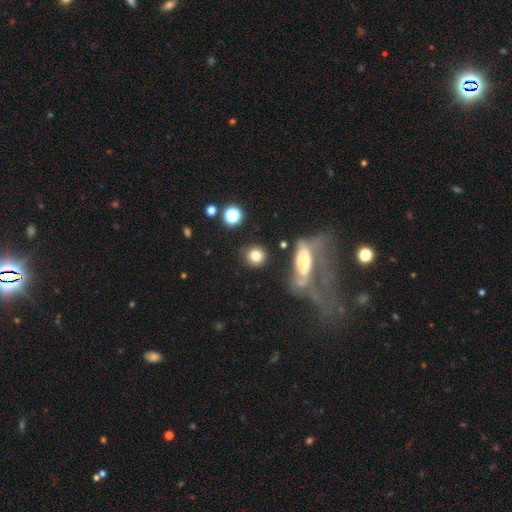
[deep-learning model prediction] The model was most divided on "smooth or featured": smooth: 75%, featured or disk: 13%, star or artifact: 12%. More confident: how rounded — round (88%); merging — none (77%).